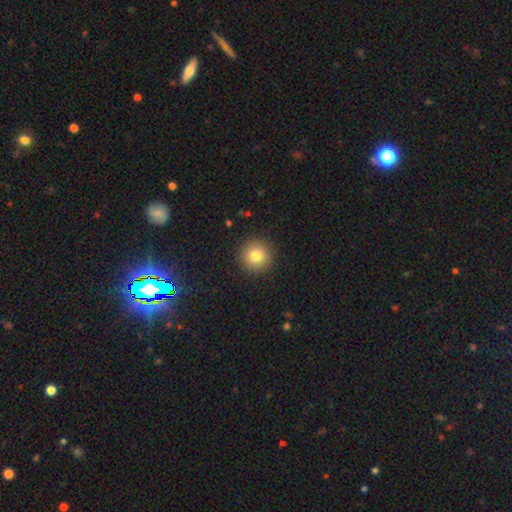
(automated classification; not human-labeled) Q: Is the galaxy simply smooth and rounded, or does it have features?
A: smooth — 80%.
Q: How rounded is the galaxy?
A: round — 95%.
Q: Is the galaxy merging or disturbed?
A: none — 92%.